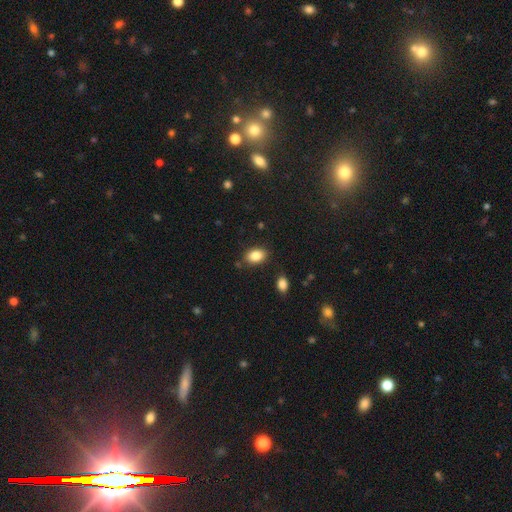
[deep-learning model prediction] smooth-or-featured: smooth: 86% | star or artifact: 8% | featured or disk: 6%
  how-rounded: in between: 85% | round: 13% | cigar-shaped: 1%
  merging: none: 83% | minor disturbance: 11% | merger: 3% | major disturbance: 3%